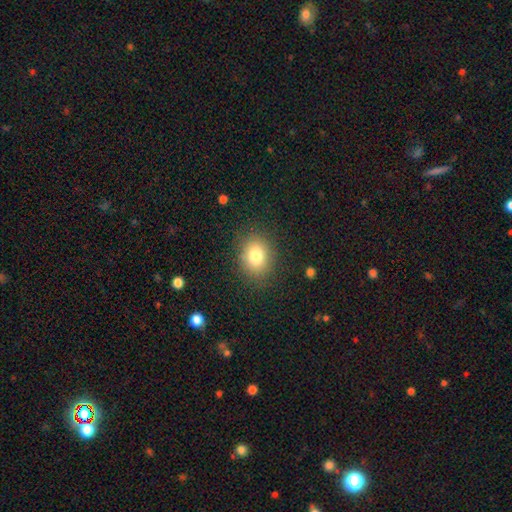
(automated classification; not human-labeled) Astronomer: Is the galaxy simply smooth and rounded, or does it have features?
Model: smooth — 80%.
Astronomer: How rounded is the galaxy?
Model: round — 51% (runner-up: in between, 48%).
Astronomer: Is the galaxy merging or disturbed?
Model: none — 84%.